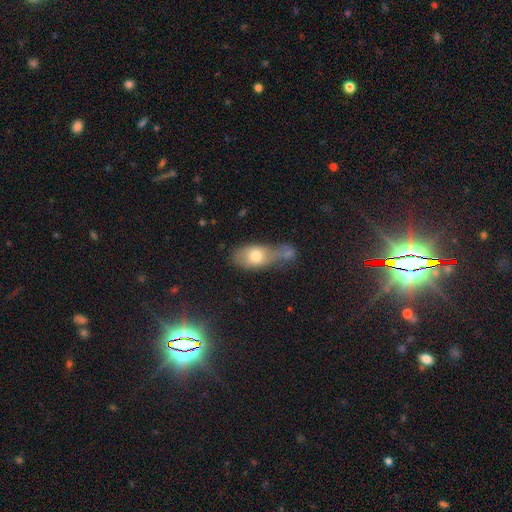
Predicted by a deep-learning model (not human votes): Morphology: type=smooth (72%); roundness=in between (84%); merging=merger (42%).